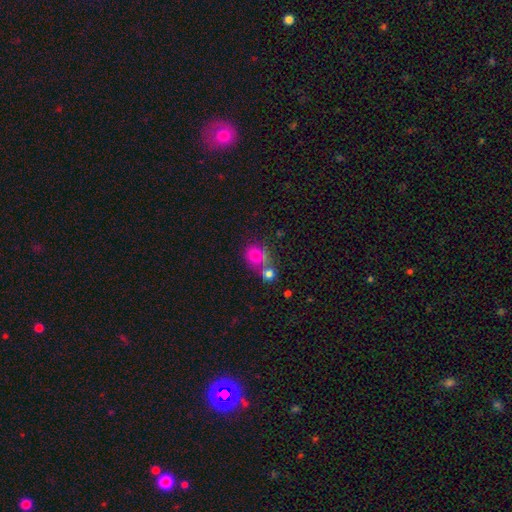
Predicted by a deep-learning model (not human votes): A smooth galaxy with no disk features (73%) that is round (77%). Merging: none (46%).